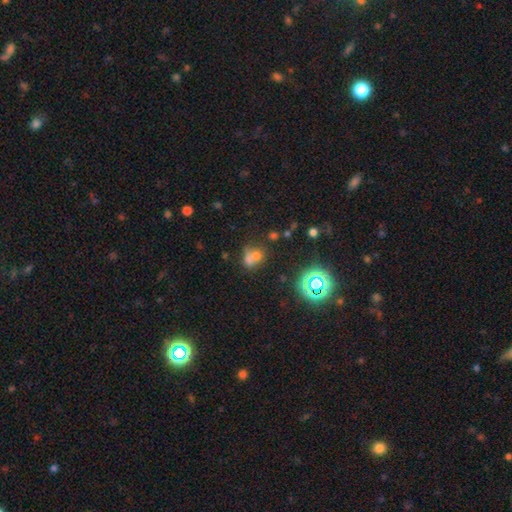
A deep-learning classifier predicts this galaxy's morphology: Overall: smooth (59%; star or artifact 23%). How rounded: round (63%; in between 35%). Merging: merger (53%; none 32%).